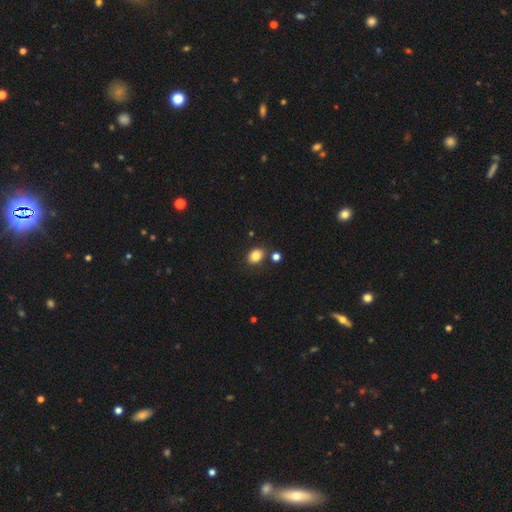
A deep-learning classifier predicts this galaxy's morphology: smooth-or-featured: smooth: 83% | star or artifact: 11% | featured or disk: 6%
  how-rounded: in between: 55% | round: 44% | cigar-shaped: 1%
  merging: none: 80% | minor disturbance: 10% | merger: 7% | major disturbance: 3%